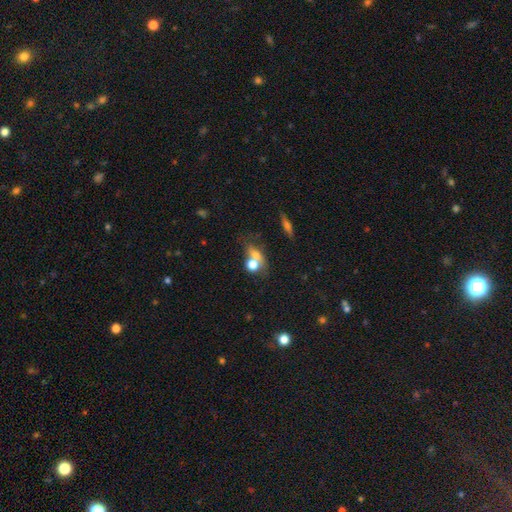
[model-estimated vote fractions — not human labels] Morphology: type=smooth (66%); roundness=round (55%); merging=merger (52%).